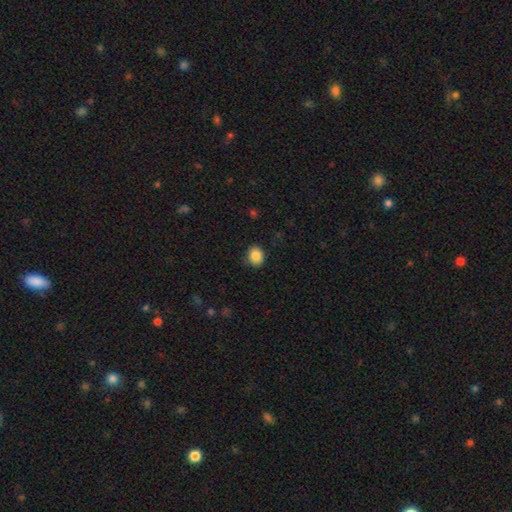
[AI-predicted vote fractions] Q: Smooth or featured?
A: smooth (87%); runner-up: star or artifact (9%)
Q: How rounded?
A: round (71%); runner-up: in between (28%)
Q: Merging?
A: none (84%); runner-up: minor disturbance (12%)